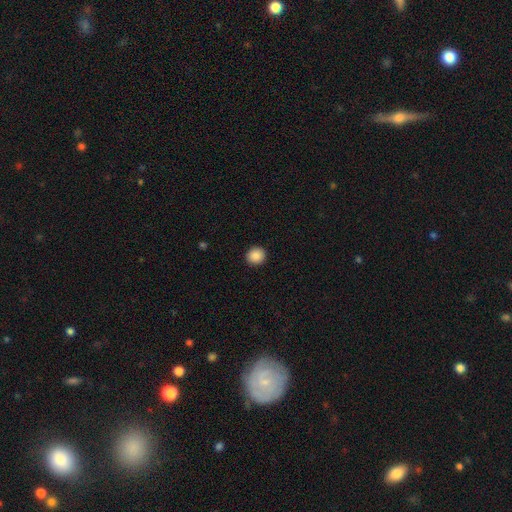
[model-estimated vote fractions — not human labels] A smooth galaxy with no disk features (88%) that is round (88%).

Vote fractions:
- Smooth or featured? smooth: 88% / star or artifact: 9% / featured or disk: 3%
- How rounded? round: 88% / in between: 11% / cigar-shaped: 1%
- Merging? none: 93% / minor disturbance: 5% / major disturbance: 2% / merger: 1%